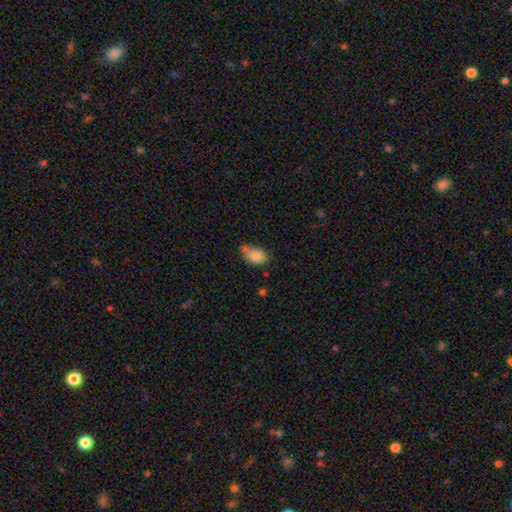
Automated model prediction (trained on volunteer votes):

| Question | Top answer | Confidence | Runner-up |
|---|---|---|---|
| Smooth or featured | smooth | 82% | featured or disk (9%) |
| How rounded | in between | 76% | round (23%) |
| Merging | none | 46% | merger (24%) |